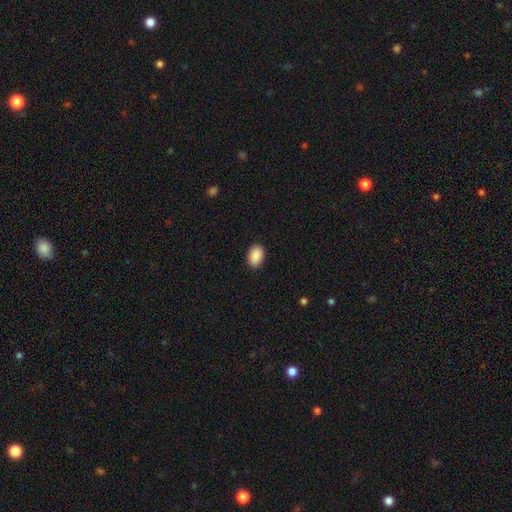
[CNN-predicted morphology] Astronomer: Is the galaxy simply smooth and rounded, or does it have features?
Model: smooth — 90%.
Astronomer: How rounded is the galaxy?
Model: in between — 85%.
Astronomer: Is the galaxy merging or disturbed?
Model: none — 90%.